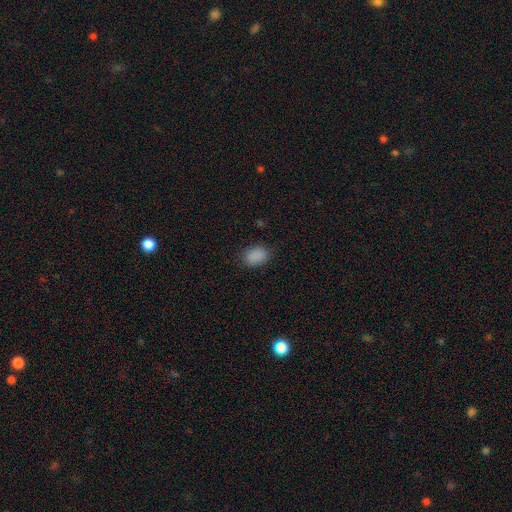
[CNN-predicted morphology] This appears to be a smooth galaxy with no disk features (88%) that is in between round and cigar-shaped (76%). Merging: none (82%).